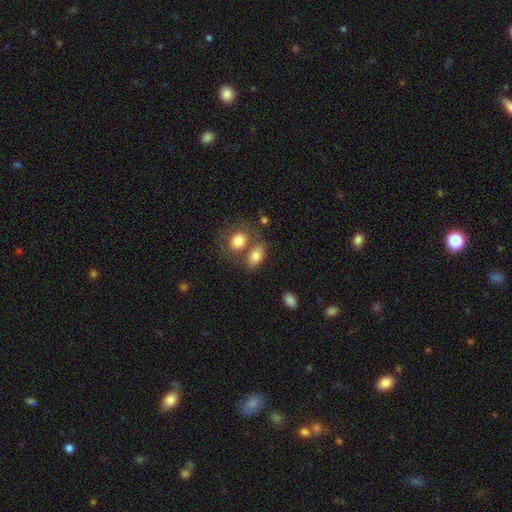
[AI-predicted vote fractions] Smooth or featured? Predicted: smooth (p=0.81). How rounded? Predicted: in between (p=0.80). Merging? Predicted: none (p=0.46).